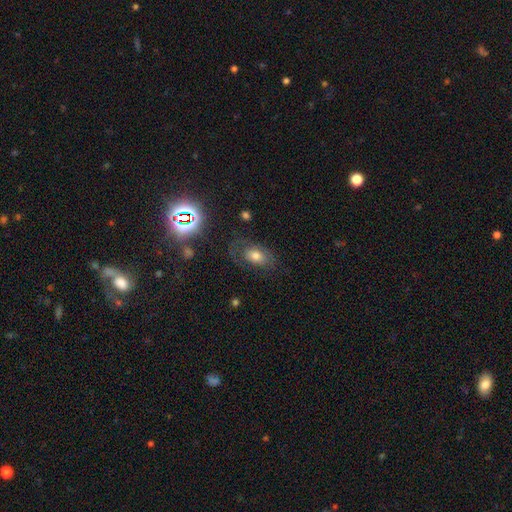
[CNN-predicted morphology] Smooth or featured?
  - smooth: 58% *
  - featured or disk: 29%
  - star or artifact: 13%
How rounded?
  - in between: 86% *
  - round: 12%
  - cigar-shaped: 2%
Merging?
  - none: 59% *
  - minor disturbance: 21%
  - major disturbance: 18%
  - merger: 2%